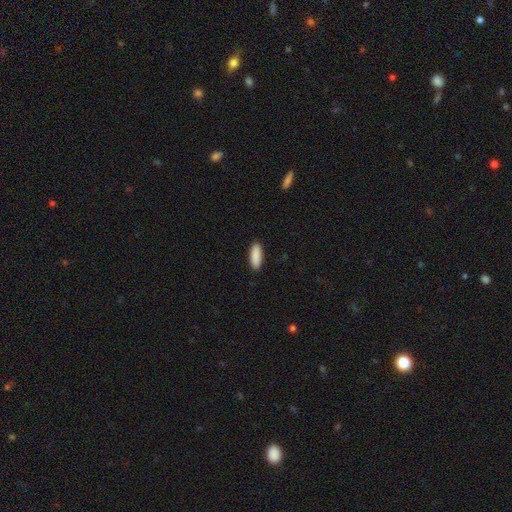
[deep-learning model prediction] smooth 90%, star or artifact 6%, featured or disk 4%. Down the decision tree: how rounded — in between (65%); merging — none (90%).